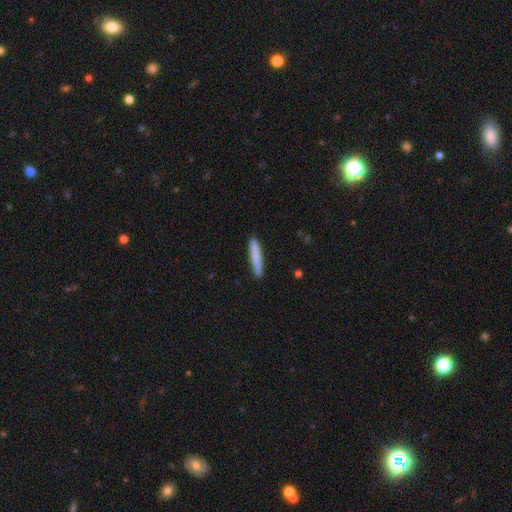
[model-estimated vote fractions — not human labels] smooth 80%, featured or disk 14%, star or artifact 6%. Down the decision tree: how rounded — cigar-shaped (94%); merging — none (89%).